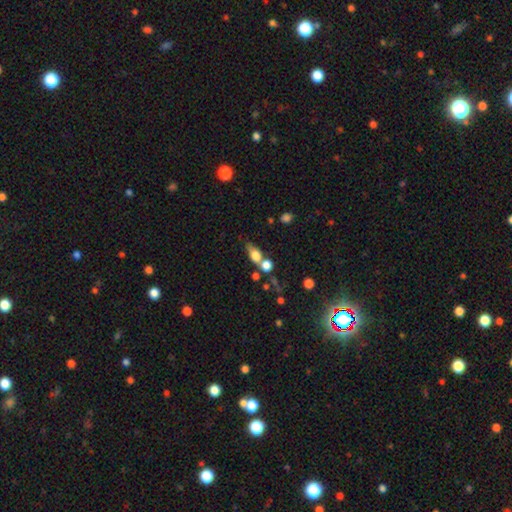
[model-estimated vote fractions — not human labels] Smooth or featured: smooth — 72% (featured or disk — 18%)
How rounded: in between — 66% (round — 24%)
Merging: none — 40% (merger — 37%)